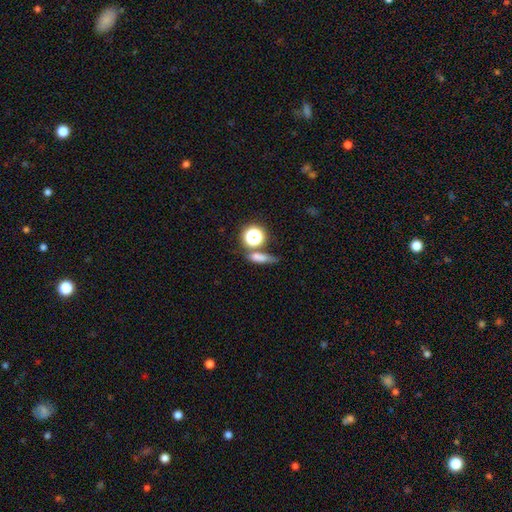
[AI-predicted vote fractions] Smooth or featured: smooth — 62% (star or artifact — 24%)
How rounded: in between — 34% (cigar-shaped — 33%)
Merging: none — 58% (merger — 20%)